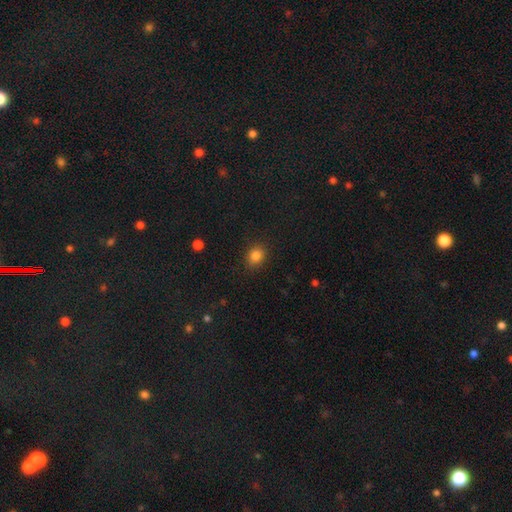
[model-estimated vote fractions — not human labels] This is clearly a smooth galaxy (83%). How rounded: likely round (65%). Merging: clearly none (88%).